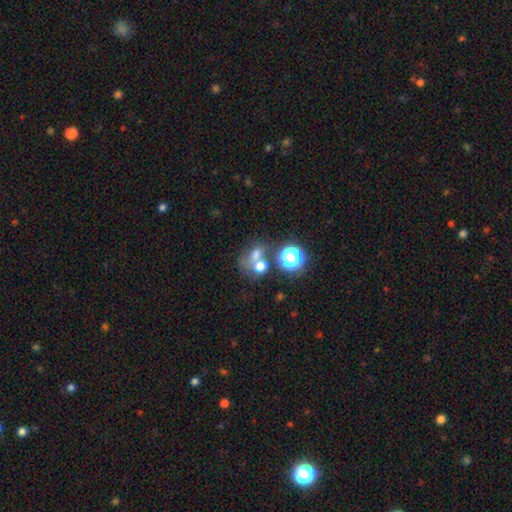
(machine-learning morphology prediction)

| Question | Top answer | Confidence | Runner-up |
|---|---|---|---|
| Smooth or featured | smooth | 57% | star or artifact (26%) |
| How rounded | round | 59% | in between (39%) |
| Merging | merger | 41% | none (39%) |